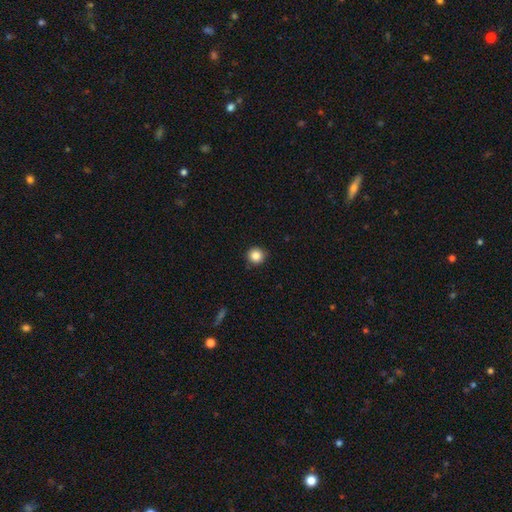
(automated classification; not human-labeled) Smooth or featured: smooth — 86% (star or artifact — 10%)
How rounded: round — 94% (in between — 5%)
Merging: none — 90% (minor disturbance — 7%)